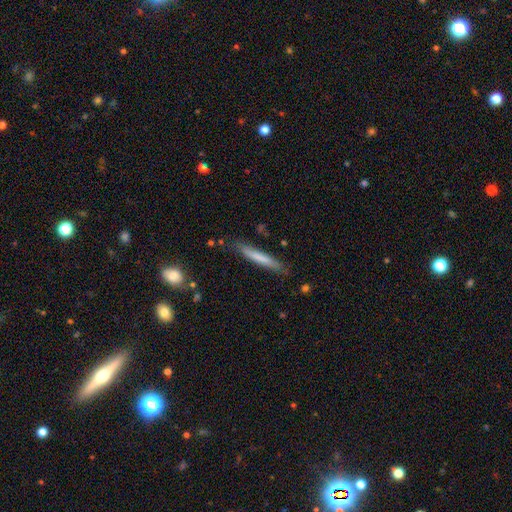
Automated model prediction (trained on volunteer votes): Morphology: type=smooth (64%); roundness=cigar-shaped (95%); merging=none (82%).